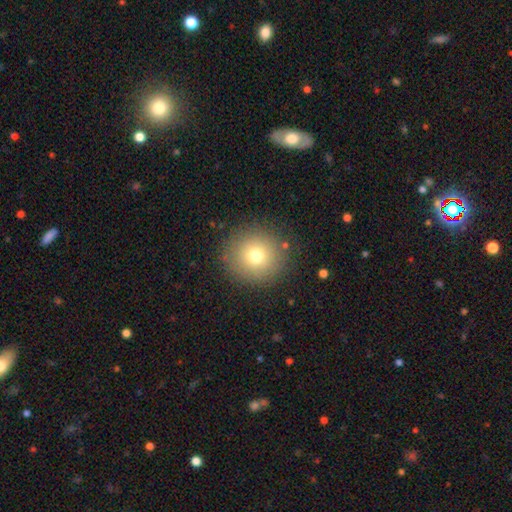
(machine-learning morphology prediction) Smooth or featured: smooth — 73% (star or artifact — 15%)
How rounded: round — 94% (in between — 5%)
Merging: none — 88% (minor disturbance — 8%)